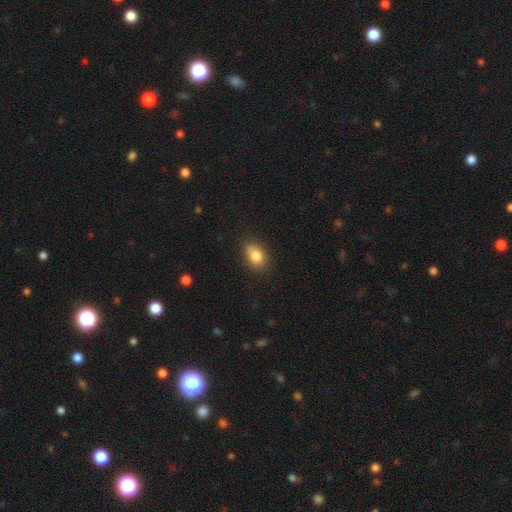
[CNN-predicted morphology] Q: Smooth or featured?
A: smooth (82%); runner-up: featured or disk (9%)
Q: How rounded?
A: in between (78%); runner-up: round (20%)
Q: Merging?
A: none (72%); runner-up: minor disturbance (20%)